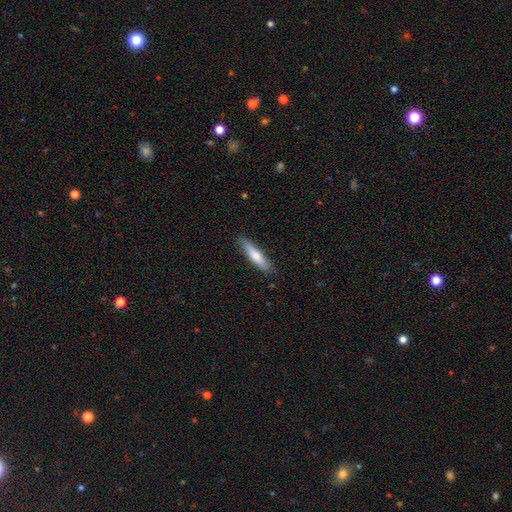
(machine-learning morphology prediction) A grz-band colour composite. It shows a smooth galaxy with no disk features (71%) that is cigar-shaped (83%). Merging: none (87%).